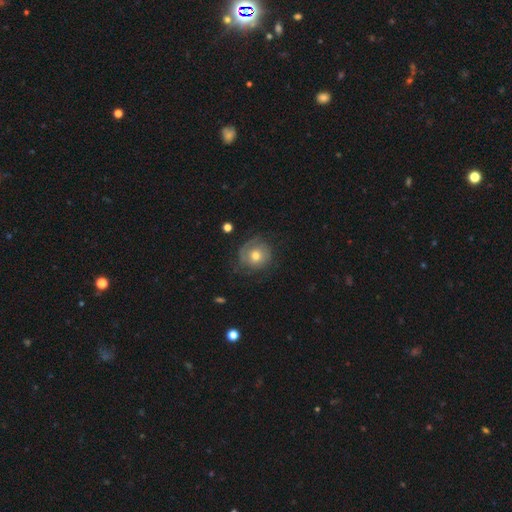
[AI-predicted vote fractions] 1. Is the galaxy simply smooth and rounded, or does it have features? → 51% featured or disk, 41% smooth, 8% star or artifact.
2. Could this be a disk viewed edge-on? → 97% no, 3% yes.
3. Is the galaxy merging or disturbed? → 63% none, 22% minor disturbance, 14% major disturbance, 2% merger.